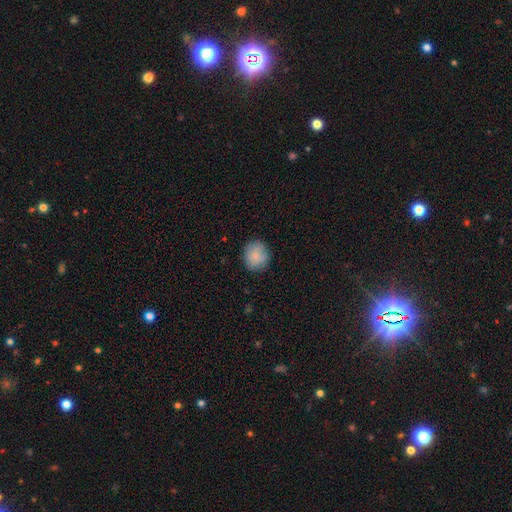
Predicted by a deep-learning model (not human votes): Smooth or featured: smooth — 86% (star or artifact — 8%)
How rounded: round — 85% (in between — 14%)
Merging: none — 87% (minor disturbance — 9%)